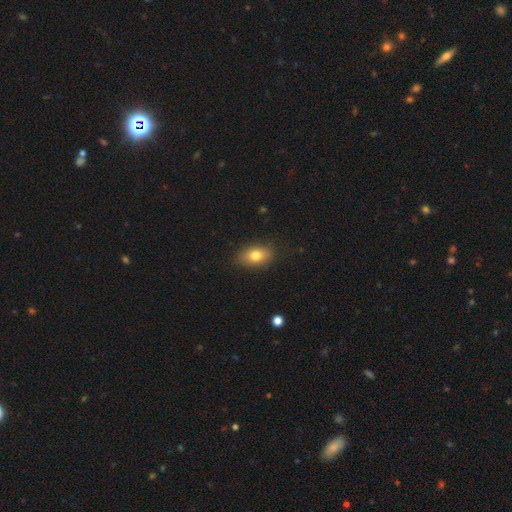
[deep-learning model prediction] A smooth galaxy with no disk features (78%) that is in between round and cigar-shaped (84%). Merging: none (84%).